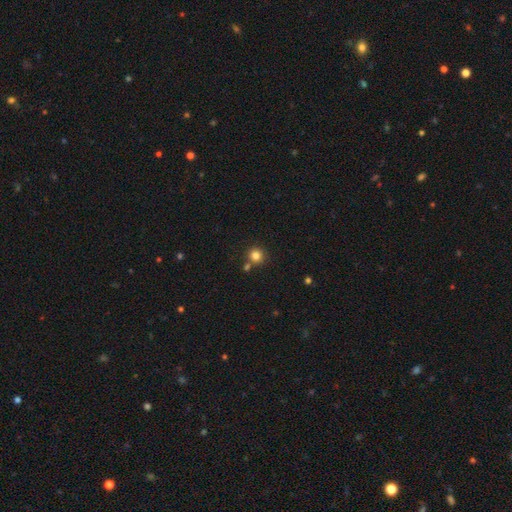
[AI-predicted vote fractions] Smooth or featured? smooth (82%)
How rounded? round (93%)
Merging? none (76%)